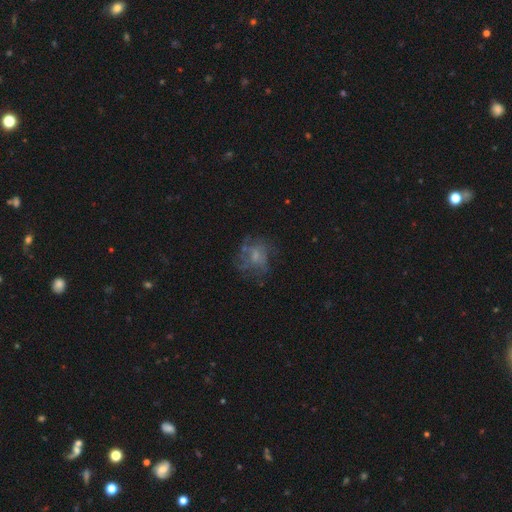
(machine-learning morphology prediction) A featured or disk galaxy (53%) with no bar (73%), no spiral arms (57%) and a small central bulge (44%). Merging: none (56%).